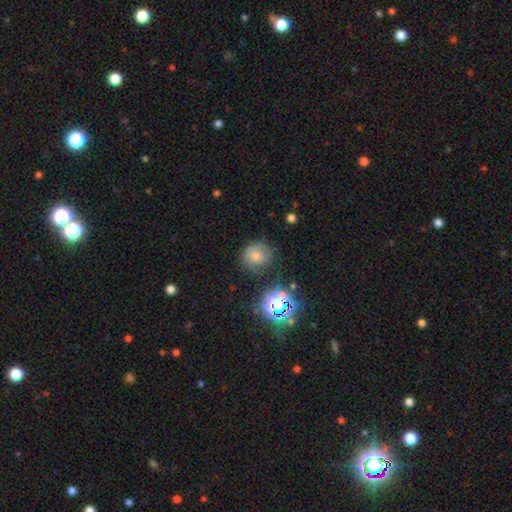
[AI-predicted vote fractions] smooth-or-featured: smooth: 47% | star or artifact: 30% | featured or disk: 23%
  merging: none: 75% | minor disturbance: 16% | major disturbance: 6% | merger: 3%